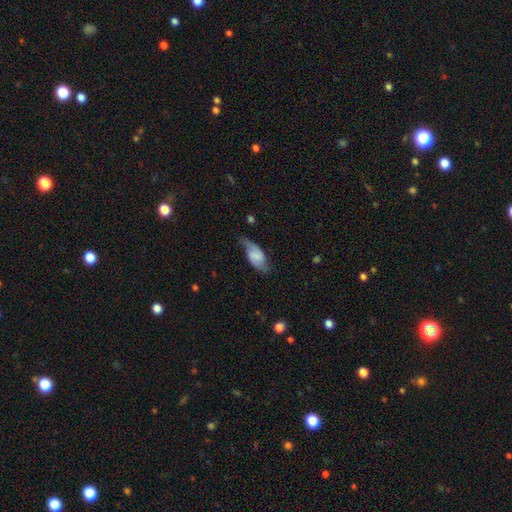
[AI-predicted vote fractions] Morphology: type=featured or disk (63%); edge-on=no (94%); bar=weak (44%); spiral arms=yes (92%); winding=loose (49%); arm count=2 (88%); bulge=none (44%); merging=none (64%).